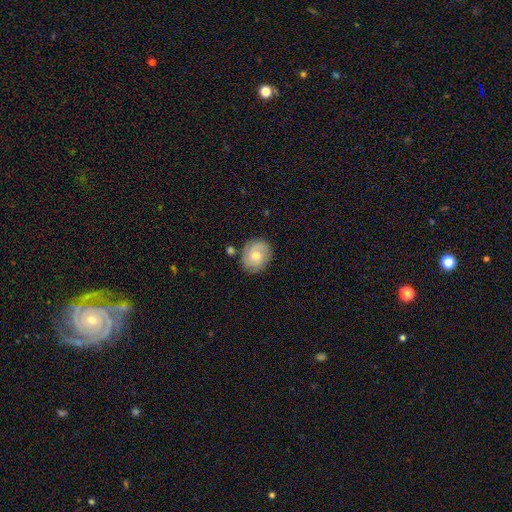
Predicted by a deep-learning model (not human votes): A featured or disk galaxy (51%).

Vote fractions:
- Smooth or featured? featured or disk: 51% / smooth: 42% / star or artifact: 8%
- Edge-on disk? no: 97% / yes: 3%
- Merging? none: 78% / minor disturbance: 15% / merger: 4% / major disturbance: 4%